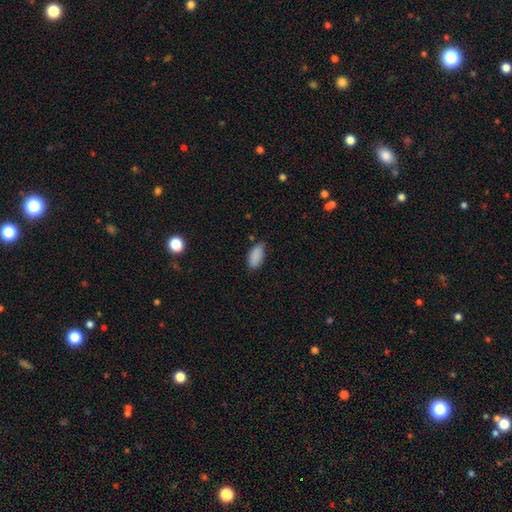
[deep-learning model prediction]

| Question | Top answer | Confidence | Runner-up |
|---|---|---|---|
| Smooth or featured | smooth | 88% | star or artifact (8%) |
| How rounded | in between | 93% | cigar-shaped (5%) |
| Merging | none | 69% | minor disturbance (25%) |